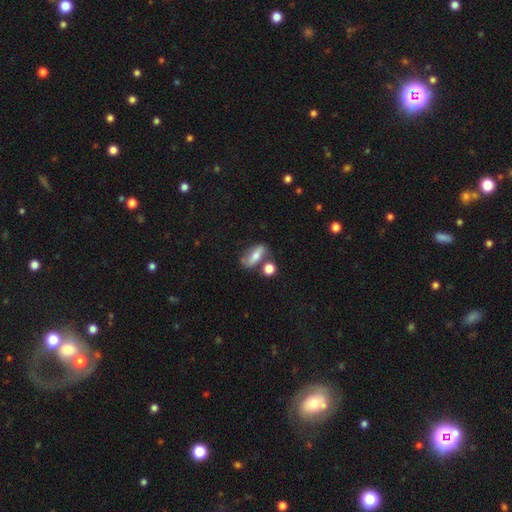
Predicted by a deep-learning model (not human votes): The model was most divided on "smooth or featured": smooth: 54%, featured or disk: 37%, star or artifact: 10%. More confident: how rounded — in between (72%); merging — none (57%).